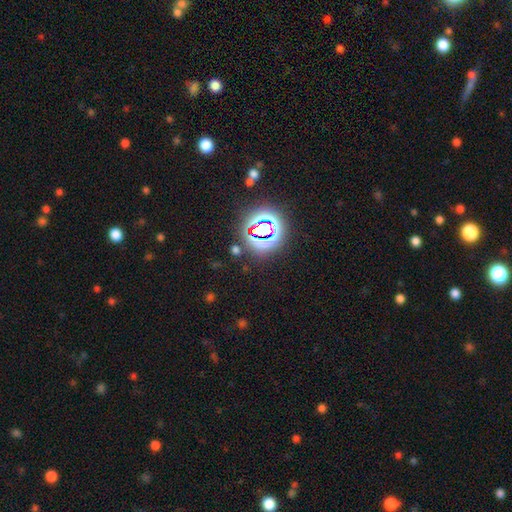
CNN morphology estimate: smooth_or_featured: star or artifact (p=0.81) [alt: smooth p=0.12]